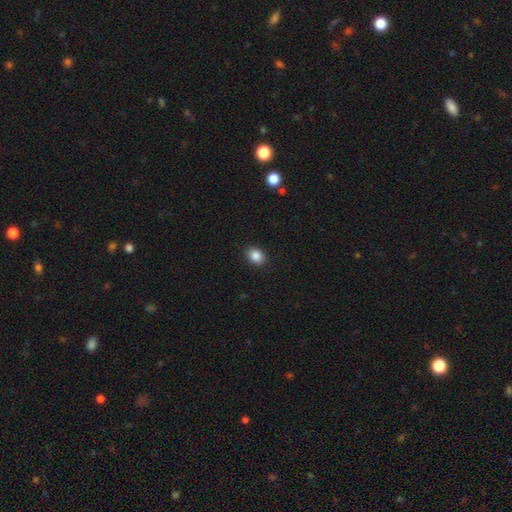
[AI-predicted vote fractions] This appears to be a smooth galaxy with no disk features (87%) that is in between round and cigar-shaped (60%). Merging: none (90%).